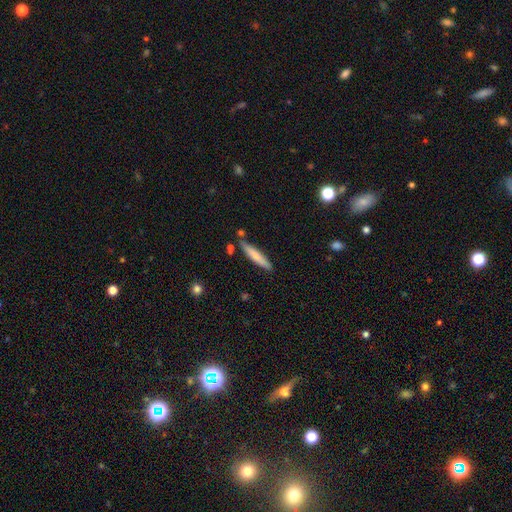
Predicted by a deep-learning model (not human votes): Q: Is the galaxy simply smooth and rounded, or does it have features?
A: smooth — 70%.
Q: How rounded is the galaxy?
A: cigar-shaped — 90%.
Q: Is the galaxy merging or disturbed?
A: none — 78%.